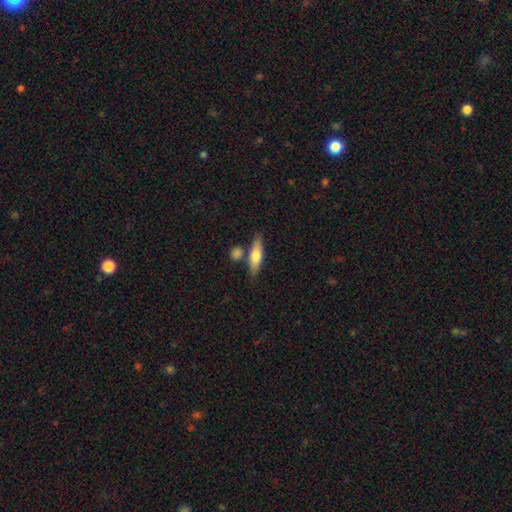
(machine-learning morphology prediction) A smooth galaxy with no disk features (64%) that is cigar-shaped (54%). Merging: none (71%).